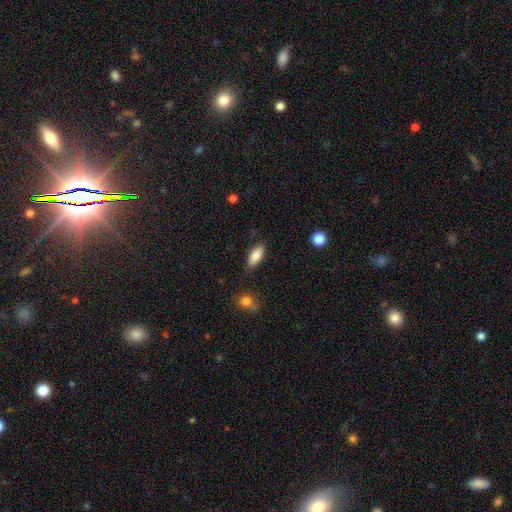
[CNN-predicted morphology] This is clearly a smooth galaxy (84%). How rounded: clearly in between (81%). Merging: clearly none (81%).